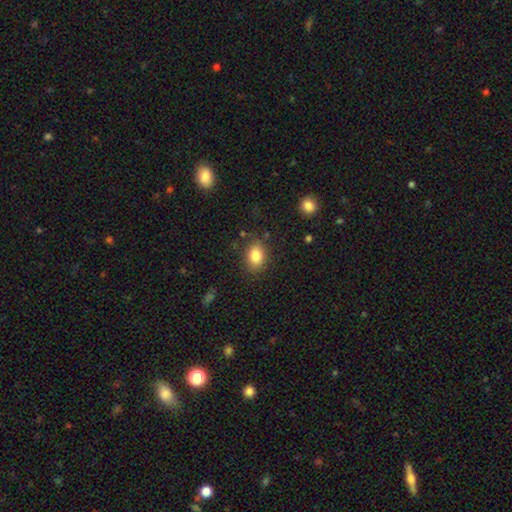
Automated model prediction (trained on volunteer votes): smooth_or_featured: smooth (p=0.82) [alt: star or artifact p=0.09]
how_rounded: in between (p=0.71) [alt: round p=0.28]
merging: none (p=0.82) [alt: minor disturbance p=0.12]